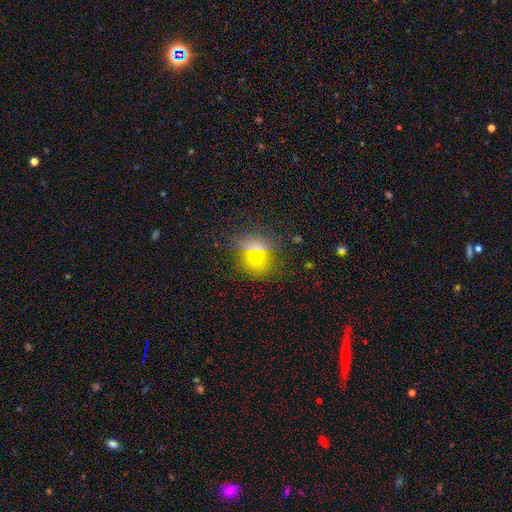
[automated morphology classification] type=smooth (66%); roundness=round (78%); merging=none (80%).